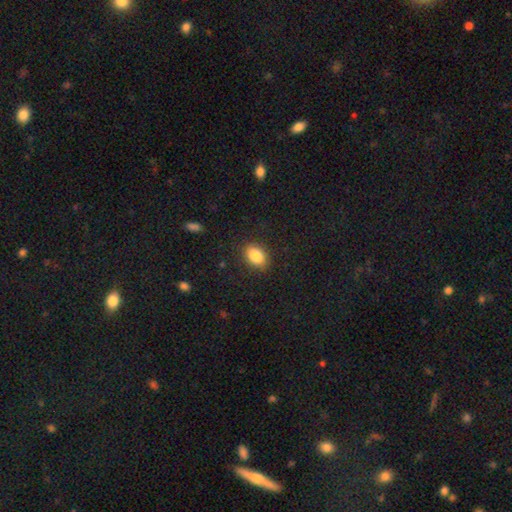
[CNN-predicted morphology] Smooth or featured? smooth (85%)
How rounded? in between (80%)
Merging? none (87%)